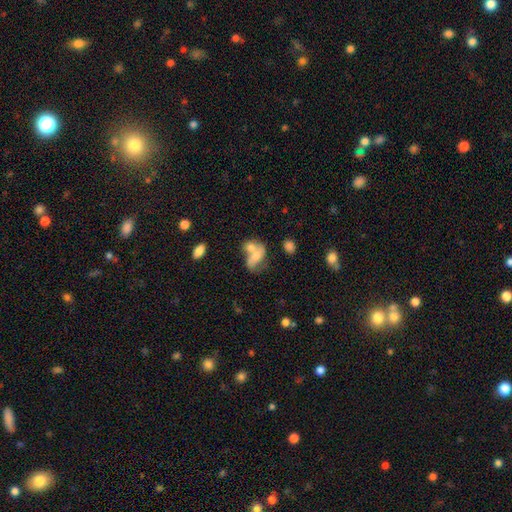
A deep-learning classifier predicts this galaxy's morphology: Smooth or featured? smooth (55%)
How rounded? in between (77%)
Merging? merger (58%)